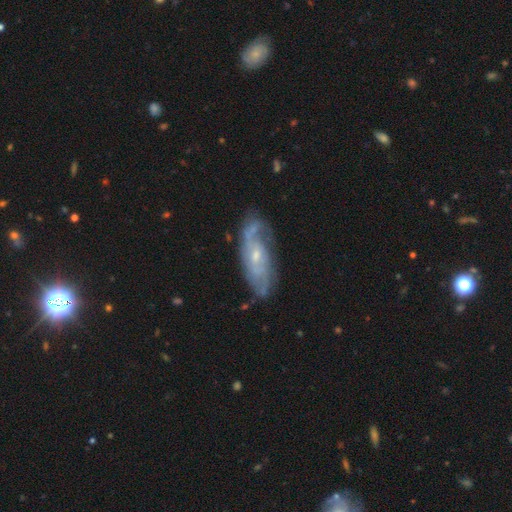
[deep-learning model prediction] This is likely a featured or disk galaxy (79%). It is clearly not viewed edge-on (89%). Bar: likely no (64%). Spiral arm pattern: clearly yes (88%). Spiral arm count: marginally 2 (40%). Spiral winding: marginally tight (43%). Central bulge: likely small (64%). Merging: likely none (71%).